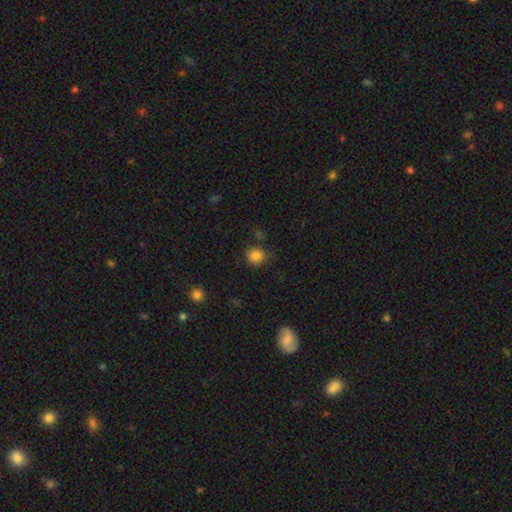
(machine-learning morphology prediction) type=smooth (84%); roundness=round (88%); merging=none (78%).